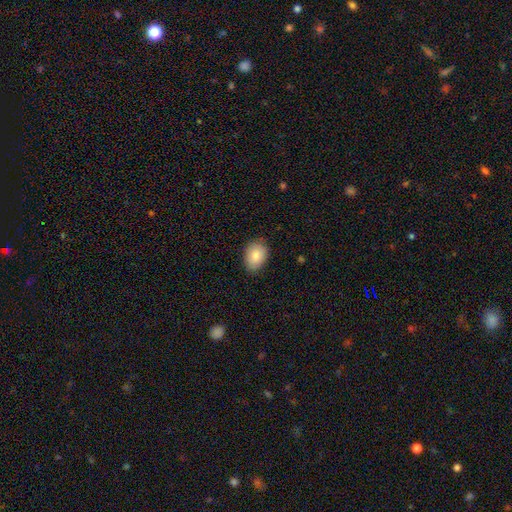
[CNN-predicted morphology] Smooth or featured? smooth (85%)
How rounded? in between (78%)
Merging? none (83%)